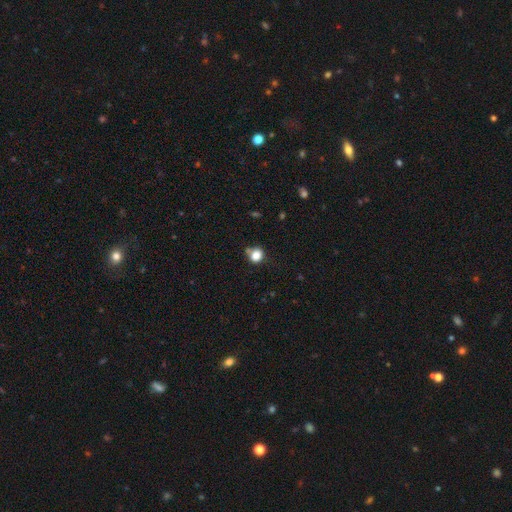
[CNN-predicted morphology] Overall: smooth (82%). How rounded: round (69%; in between 30%). Merging: none (62%).